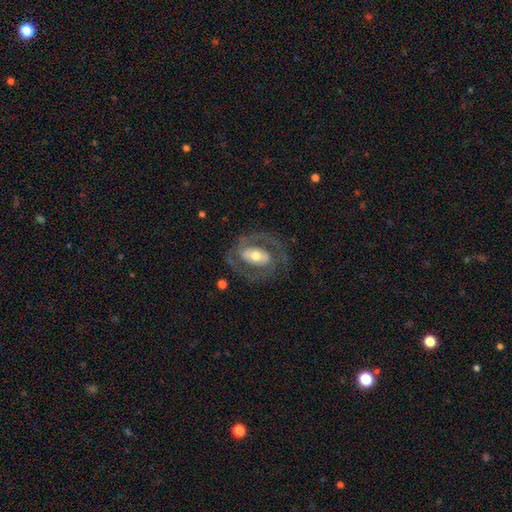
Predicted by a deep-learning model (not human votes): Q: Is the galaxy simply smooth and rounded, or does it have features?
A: featured or disk — 76%.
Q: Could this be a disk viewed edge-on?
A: no — 95%.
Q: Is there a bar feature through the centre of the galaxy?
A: no — 37%.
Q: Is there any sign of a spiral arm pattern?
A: yes — 71%.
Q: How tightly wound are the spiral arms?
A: medium — 46%.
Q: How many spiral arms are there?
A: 2 — 81%.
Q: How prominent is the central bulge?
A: moderate — 64%.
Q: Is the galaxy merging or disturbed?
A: none — 72%.